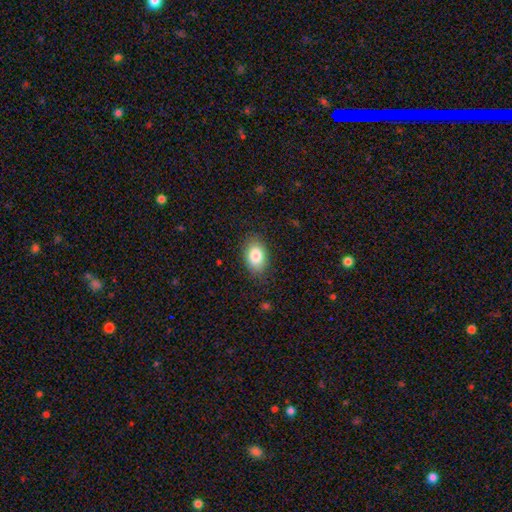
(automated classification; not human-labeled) This is clearly a smooth galaxy (83%). How rounded: clearly in between (85%). Merging: clearly none (83%).